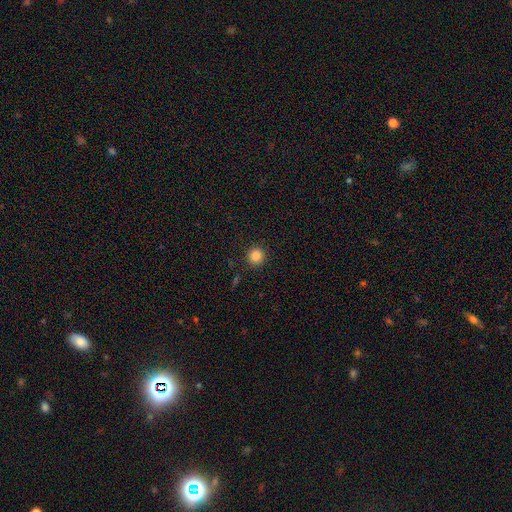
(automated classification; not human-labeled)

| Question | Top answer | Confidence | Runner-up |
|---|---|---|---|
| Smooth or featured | smooth | 85% | star or artifact (11%) |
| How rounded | round | 95% | in between (4%) |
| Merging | none | 92% | minor disturbance (5%) |